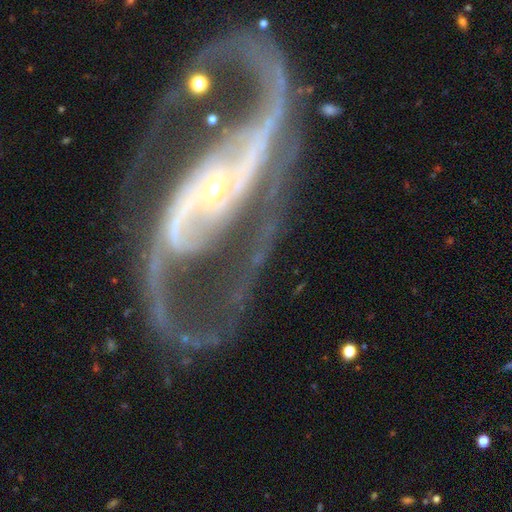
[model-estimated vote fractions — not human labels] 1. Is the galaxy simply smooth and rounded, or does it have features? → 91% featured or disk, 5% star or artifact, 4% smooth.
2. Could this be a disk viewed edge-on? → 94% no, 6% yes.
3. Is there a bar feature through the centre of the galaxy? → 48% strong, 27% no, 25% weak.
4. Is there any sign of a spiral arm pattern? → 91% yes, 9% no.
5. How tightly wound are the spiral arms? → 45% medium, 36% loose, 19% tight.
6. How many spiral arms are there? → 87% 2, 4% can't tell, 3% 1, 3% 3, 2% 4, 2% more than 4.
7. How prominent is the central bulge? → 60% small, 34% moderate, 3% large, 1% none, 1% dominant.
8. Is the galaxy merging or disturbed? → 56% none, 24% major disturbance, 15% minor disturbance, 5% merger.